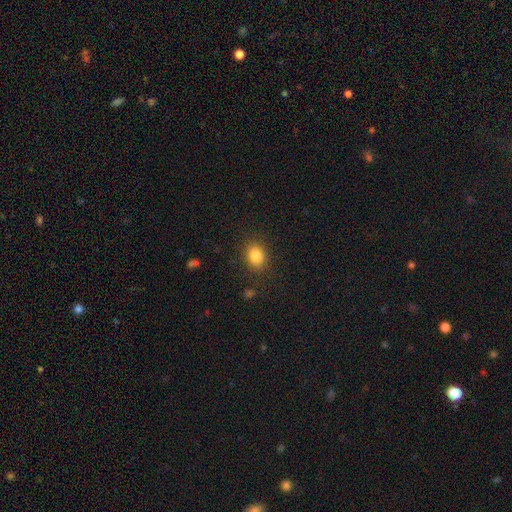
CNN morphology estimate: type=smooth (84%); roundness=in between (55%); merging=none (86%).